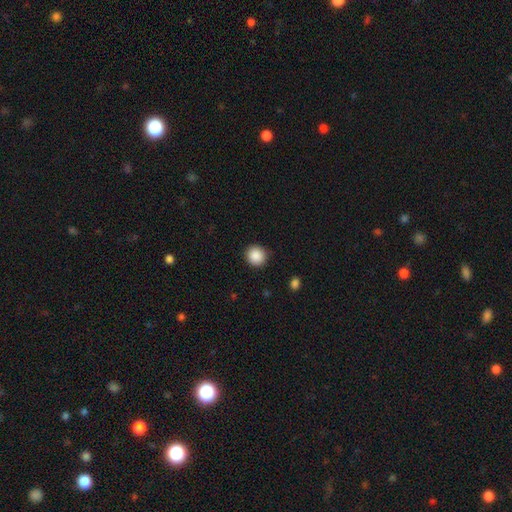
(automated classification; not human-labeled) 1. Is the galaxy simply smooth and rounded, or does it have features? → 88% smooth, 9% star or artifact, 3% featured or disk.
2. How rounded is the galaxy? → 93% round, 6% in between, 1% cigar-shaped.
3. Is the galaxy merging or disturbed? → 91% none, 6% minor disturbance, 2% major disturbance, 1% merger.